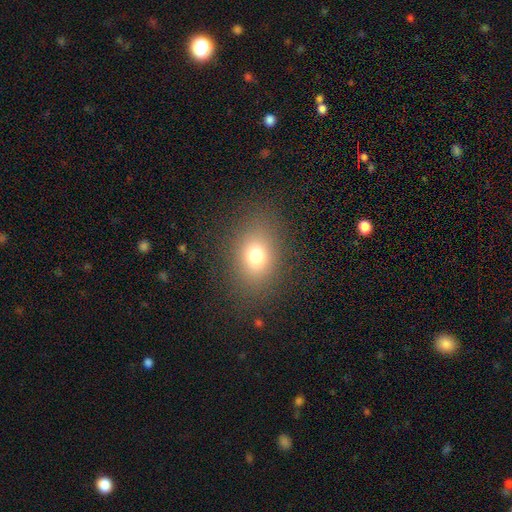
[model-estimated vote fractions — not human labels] Q: Smooth or featured?
A: smooth (74%); runner-up: star or artifact (15%)
Q: How rounded?
A: in between (61%); runner-up: round (38%)
Q: Merging?
A: none (83%); runner-up: minor disturbance (10%)